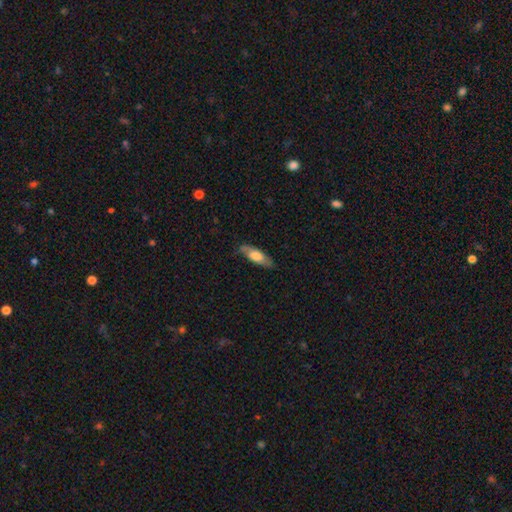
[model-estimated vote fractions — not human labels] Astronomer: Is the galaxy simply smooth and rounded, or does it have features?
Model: smooth — 61%.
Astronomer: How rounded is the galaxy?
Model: in between — 56% (runner-up: cigar-shaped, 42%).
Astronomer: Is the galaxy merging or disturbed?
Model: none — 77%.